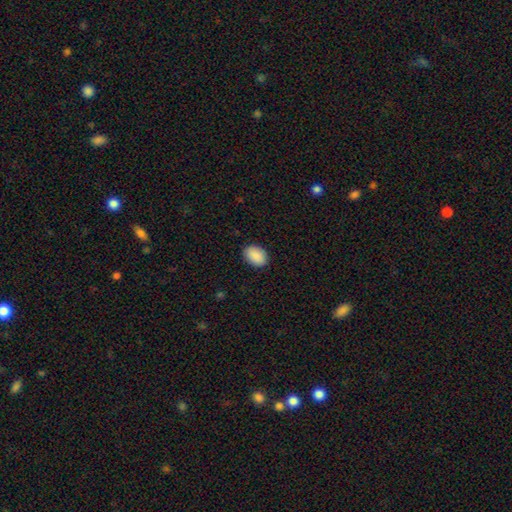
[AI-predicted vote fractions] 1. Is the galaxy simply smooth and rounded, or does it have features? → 91% smooth, 7% star or artifact, 3% featured or disk.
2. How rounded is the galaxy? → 80% in between, 19% round, 1% cigar-shaped.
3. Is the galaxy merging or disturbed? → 89% none, 8% minor disturbance, 2% major disturbance, 1% merger.